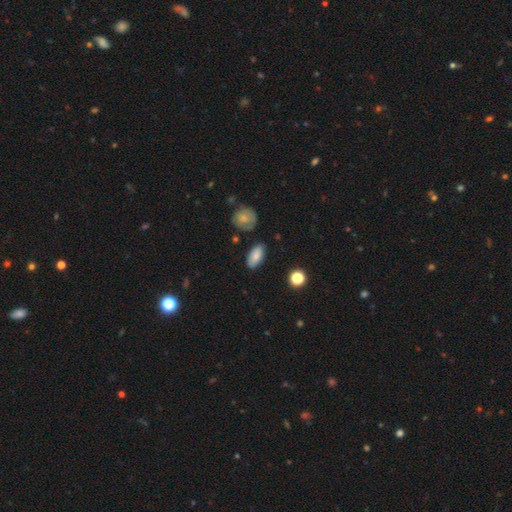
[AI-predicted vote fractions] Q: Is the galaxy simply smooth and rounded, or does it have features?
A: smooth — 82%.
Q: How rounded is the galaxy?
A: in between — 90%.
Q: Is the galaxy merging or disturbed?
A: none — 81%.